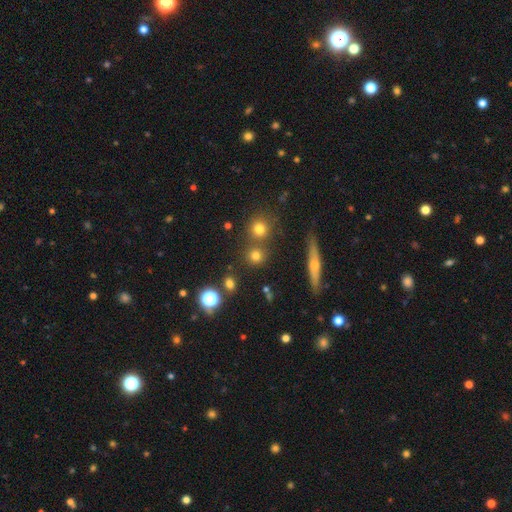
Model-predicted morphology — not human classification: Smooth or featured? smooth (74%)
How rounded? round (87%)
Merging? none (77%)